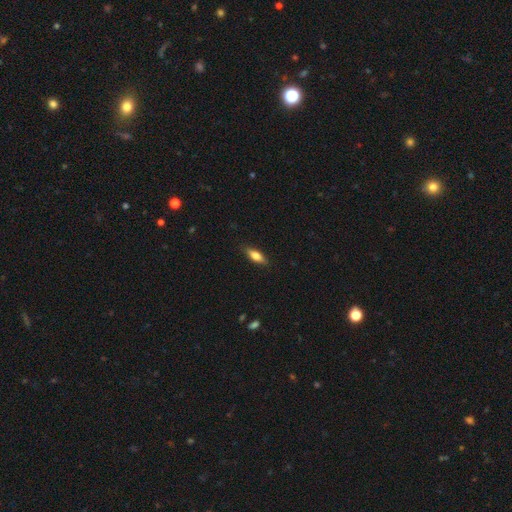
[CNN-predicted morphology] smooth-or-featured: smooth: 73% | featured or disk: 20% | star or artifact: 7%
  how-rounded: in between: 66% | cigar-shaped: 31% | round: 3%
  merging: none: 86% | minor disturbance: 11% | major disturbance: 2% | merger: 1%